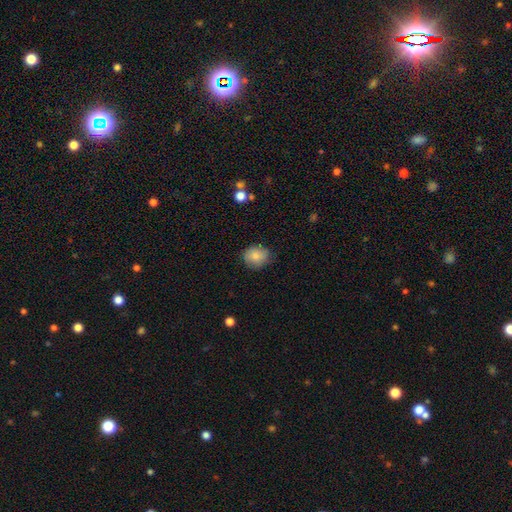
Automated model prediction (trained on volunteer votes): Smooth or featured: smooth — 83% (featured or disk — 9%)
How rounded: round — 63% (in between — 36%)
Merging: none — 77% (minor disturbance — 18%)